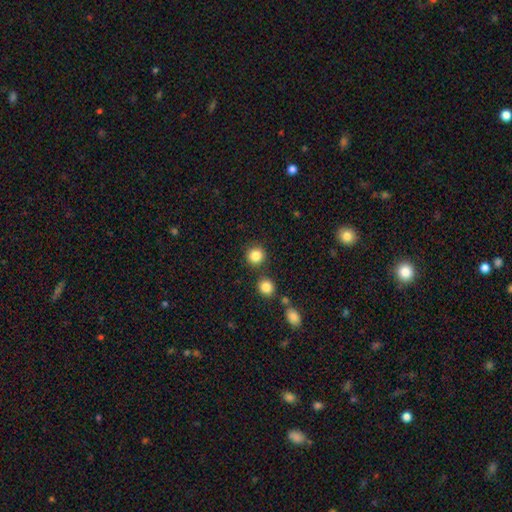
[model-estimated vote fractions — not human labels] Smooth or featured: smooth — 85% (star or artifact — 10%)
How rounded: round — 92% (in between — 7%)
Merging: none — 83% (minor disturbance — 7%)